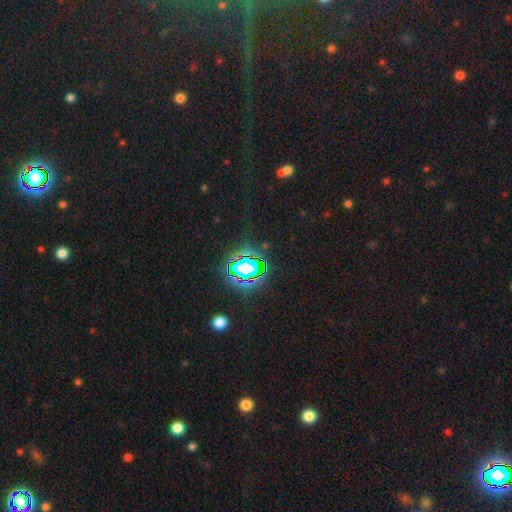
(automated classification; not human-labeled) smooth-or-featured: star or artifact: 82% | smooth: 11% | featured or disk: 7%